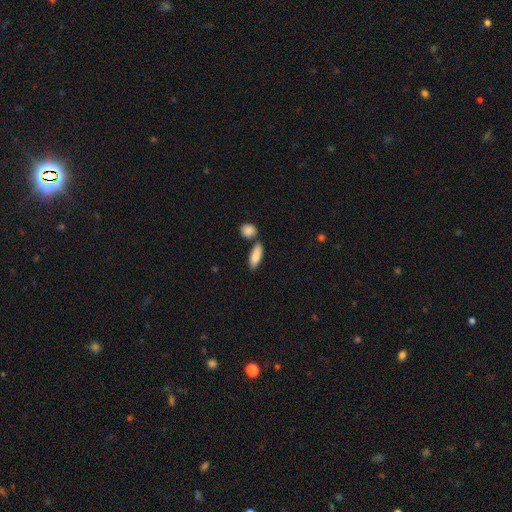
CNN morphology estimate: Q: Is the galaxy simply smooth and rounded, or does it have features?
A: smooth — 87%.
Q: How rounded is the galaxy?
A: in between — 72%.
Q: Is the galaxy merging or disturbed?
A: none — 71%.